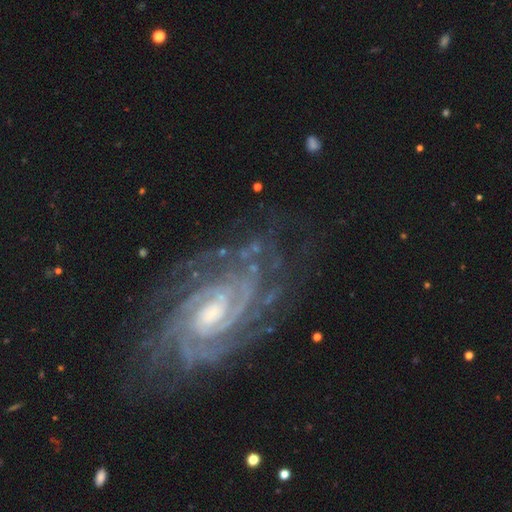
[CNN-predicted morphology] Smooth or featured? Predicted: featured or disk (p=0.90). Edge-on disk? Predicted: no (p=0.96). Bar? Predicted: weak (p=0.46). Spiral arms? Predicted: yes (p=0.98). Spiral winding? Predicted: tight (p=0.74). Spiral arm count? Predicted: can't tell (p=0.23). Bulge size? Predicted: moderate (p=0.51). Merging? Predicted: none (p=0.77).